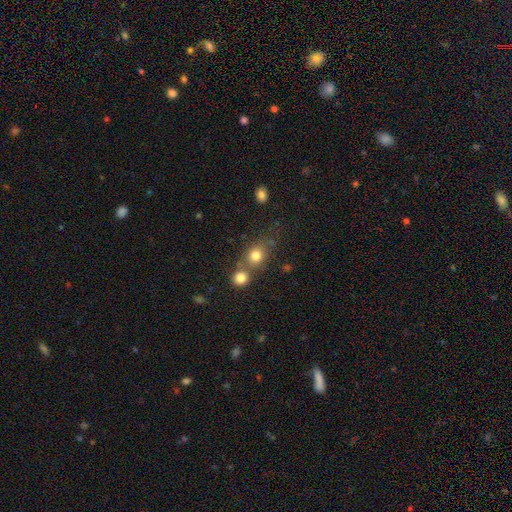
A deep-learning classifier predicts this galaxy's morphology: A smooth galaxy with no disk features (79%) that is round (68%).

Vote fractions:
- Smooth or featured? smooth: 79% / star or artifact: 12% / featured or disk: 9%
- How rounded? round: 68% / in between: 30% / cigar-shaped: 2%
- Merging? none: 49% / merger: 36% / minor disturbance: 10% / major disturbance: 4%